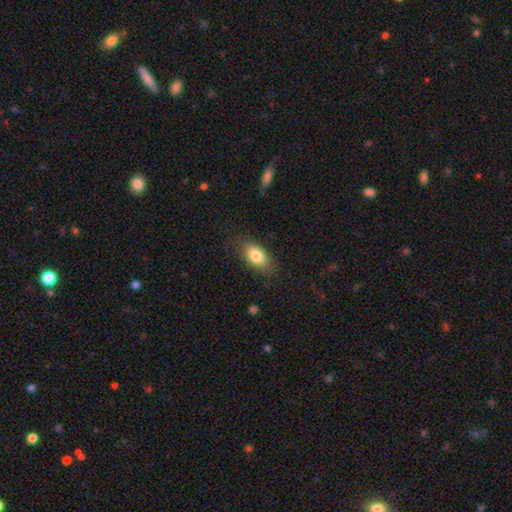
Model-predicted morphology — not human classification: A smooth galaxy with no disk features (81%) that is in between round and cigar-shaped (88%). Merging: none (80%).